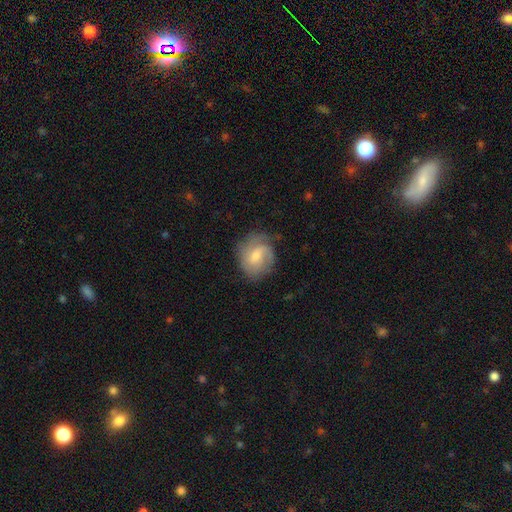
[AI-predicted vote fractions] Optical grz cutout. It shows a featured or disk galaxy (61%) with a weak bar (47%), 2 (39%) medium (40%) spiral arms (87%) and a moderate central bulge (47%). Merging: none (66%).